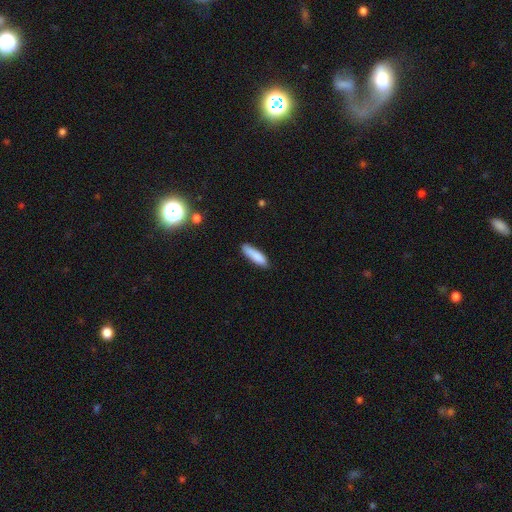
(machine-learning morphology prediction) Smooth or featured? Predicted: smooth (p=0.86). How rounded? Predicted: cigar-shaped (p=0.65). Merging? Predicted: none (p=0.81).